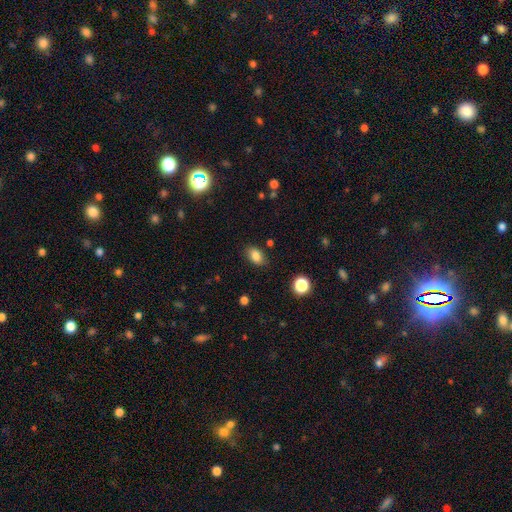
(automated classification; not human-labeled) smooth 83%, star or artifact 10%, featured or disk 6%. Down the decision tree: how rounded — in between (85%); merging — none (83%).